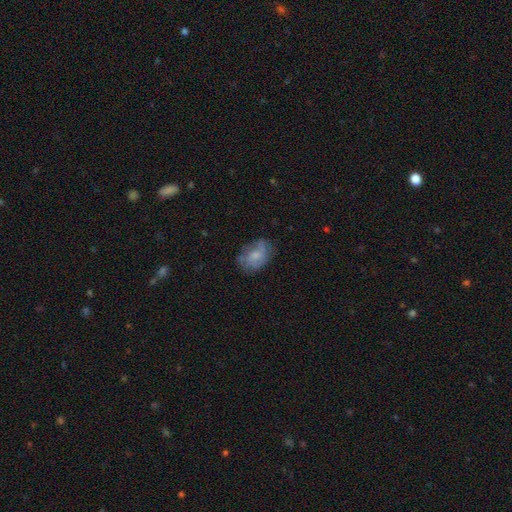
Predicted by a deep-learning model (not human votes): This appears to be a smooth galaxy with no disk features (52%) that is in between round and cigar-shaped (77%). Merging: none (62%).